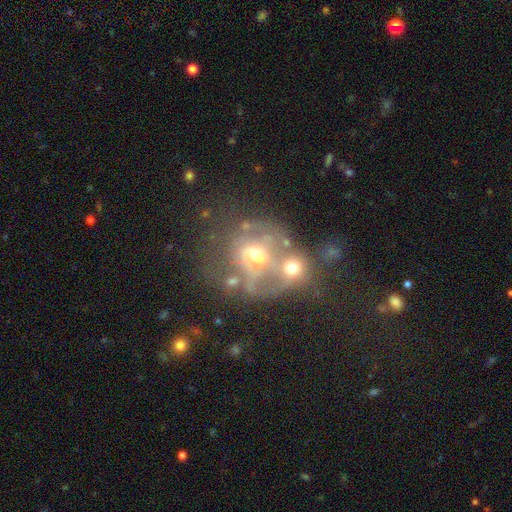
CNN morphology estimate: A featured or disk galaxy (49%). Merging: merger (54%).